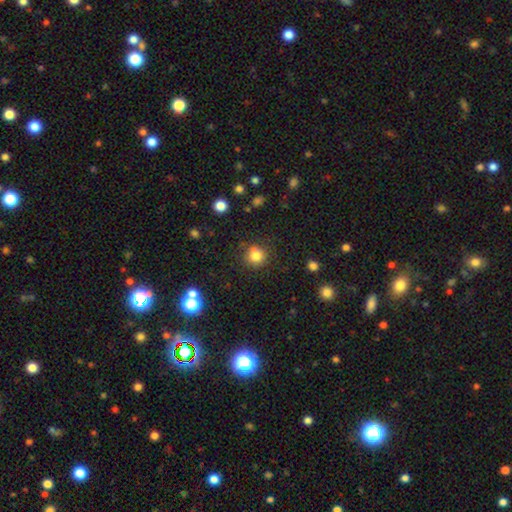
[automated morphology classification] The model was most divided on "merging": none: 76%, minor disturbance: 12%, merger: 9%, major disturbance: 4%. More confident: how rounded — round (90%); smooth or featured — smooth (79%).